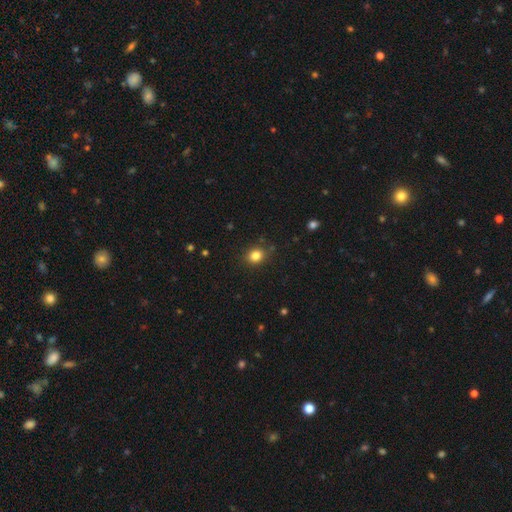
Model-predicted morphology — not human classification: Smooth or featured? Predicted: smooth (p=0.83). How rounded? Predicted: round (p=0.71). Merging? Predicted: none (p=0.86).